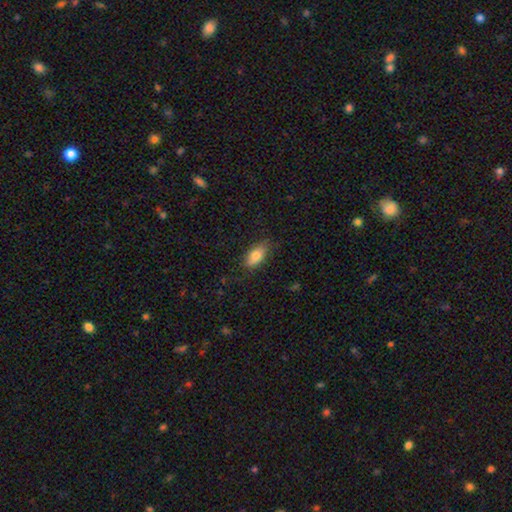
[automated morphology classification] Smooth or featured? Predicted: smooth (p=0.80). How rounded? Predicted: in between (p=0.88). Merging? Predicted: none (p=0.80).